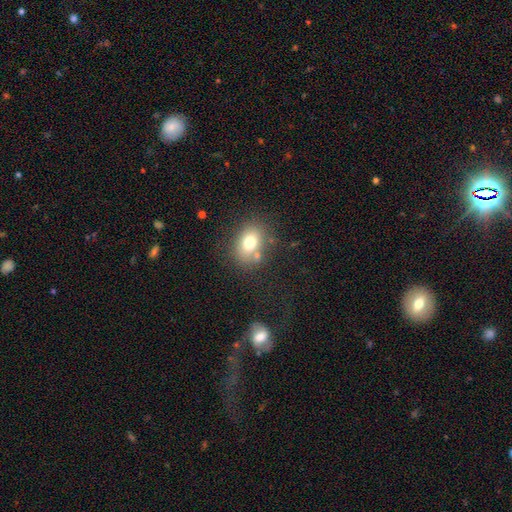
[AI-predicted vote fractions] A smooth galaxy with no disk features (75%) that is in between round and cigar-shaped (68%).

Vote fractions:
- Smooth or featured? smooth: 75% / featured or disk: 13% / star or artifact: 11%
- How rounded? in between: 68% / round: 31% / cigar-shaped: 1%
- Merging? none: 69% / minor disturbance: 15% / merger: 12% / major disturbance: 5%